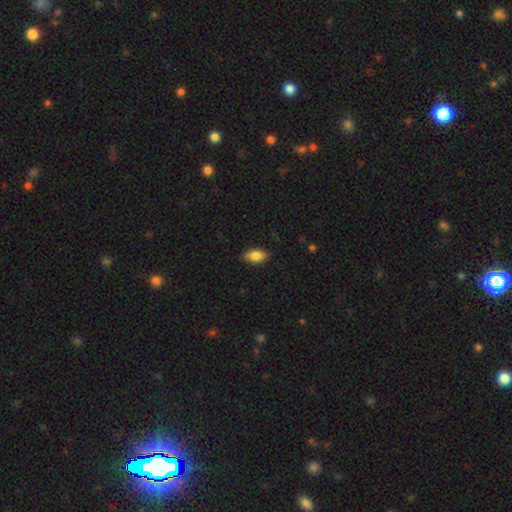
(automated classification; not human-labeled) Overall: smooth (82%). How rounded: in between (90%). Merging: none (84%).